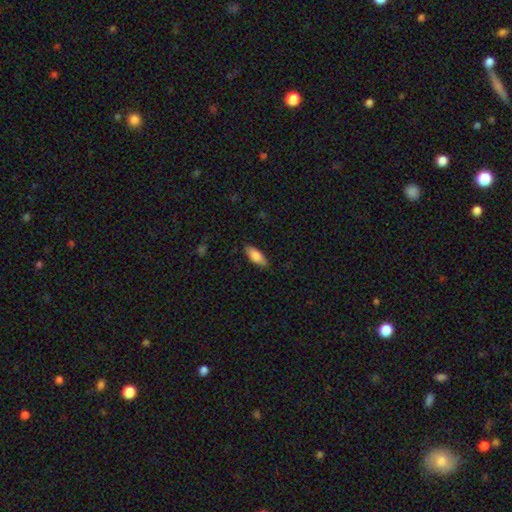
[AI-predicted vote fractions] Smooth or featured? smooth (85%)
How rounded? in between (80%)
Merging? none (84%)